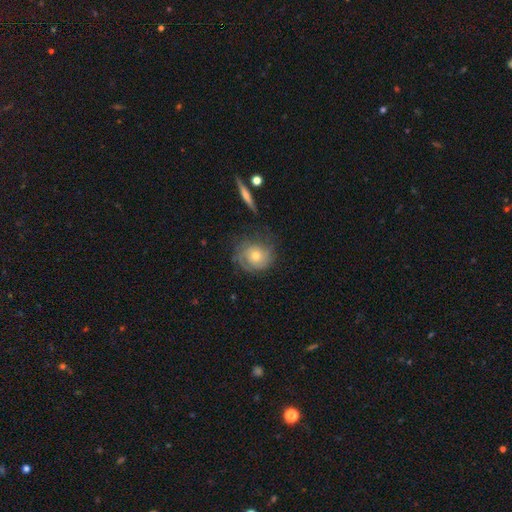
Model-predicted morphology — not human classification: Smooth or featured? featured or disk (68%)
Edge-on disk? no (94%)
Bar? no (83%)
Spiral arms? yes (87%)
Spiral winding? tight (65%)
Spiral arm count? can't tell (40%)
Bulge size? moderate (58%)
Merging? none (68%)